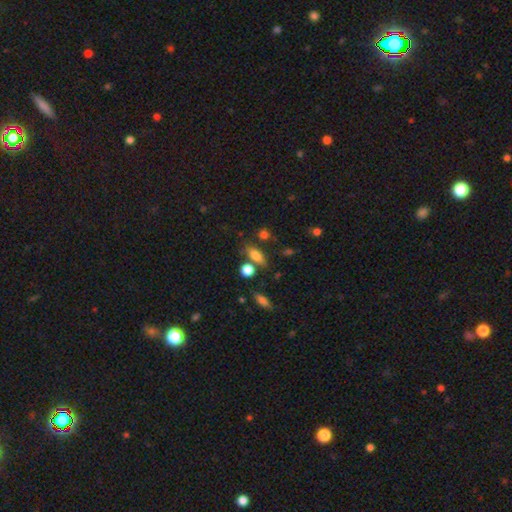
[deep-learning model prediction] Smooth or featured? smooth (76%)
How rounded? in between (72%)
Merging? none (68%)